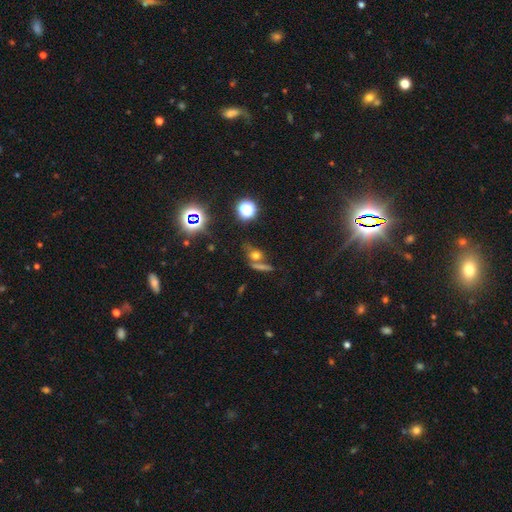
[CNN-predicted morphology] Smooth or featured? Predicted: smooth (p=0.50). How rounded? Predicted: round (p=0.49). Merging? Predicted: none (p=0.55).